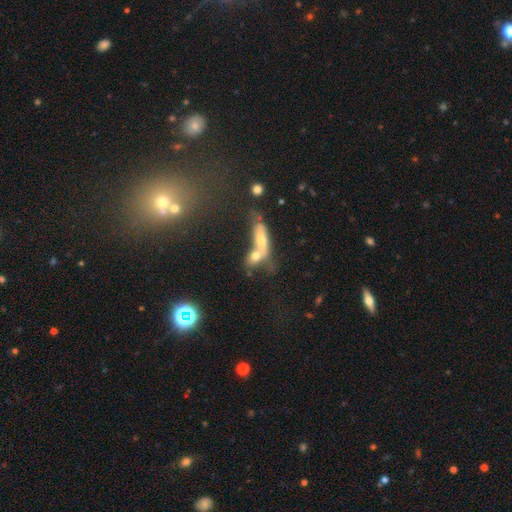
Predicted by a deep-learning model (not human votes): A smooth galaxy with no disk features (62%) that is in between round and cigar-shaped (64%). Merging: merger (68%).